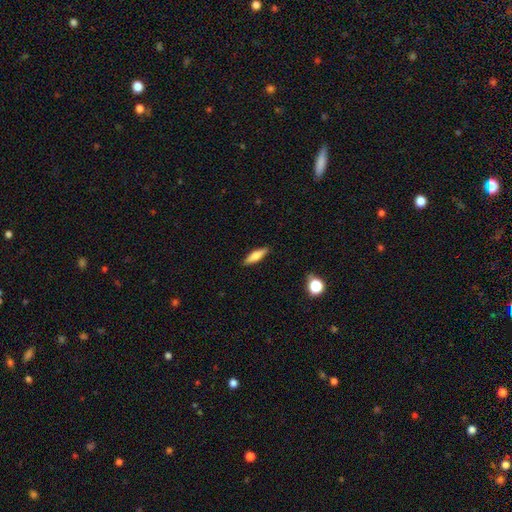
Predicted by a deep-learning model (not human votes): This appears to be a smooth galaxy with no disk features (72%) that is cigar-shaped (61%). Merging: none (88%).